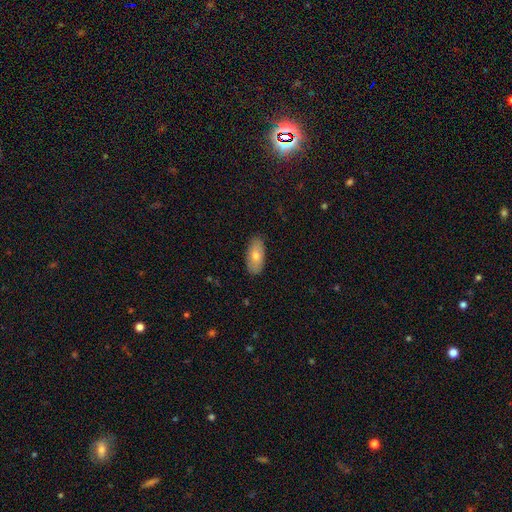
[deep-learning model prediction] A smooth galaxy with no disk features (69%) that is in between round and cigar-shaped (89%). Merging: none (87%).